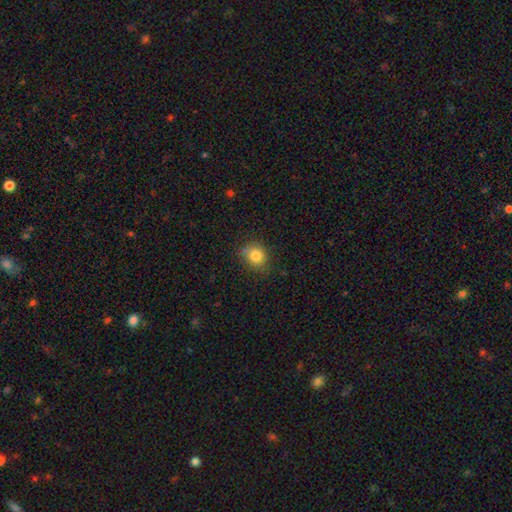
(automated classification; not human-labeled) A smooth galaxy with no disk features (82%) that is round (70%).

Vote fractions:
- Smooth or featured? smooth: 82% / star or artifact: 11% / featured or disk: 7%
- How rounded? round: 70% / in between: 29% / cigar-shaped: 1%
- Merging? none: 74% / minor disturbance: 20% / major disturbance: 4% / merger: 2%